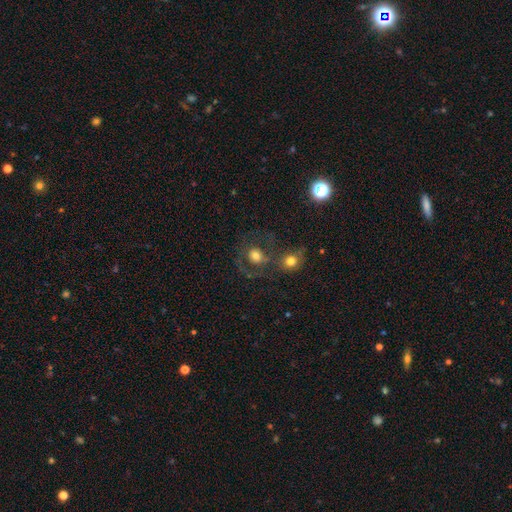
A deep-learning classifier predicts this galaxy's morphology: A smooth galaxy with no disk features (60%) that is round (75%).

Vote fractions:
- Smooth or featured? smooth: 60% / featured or disk: 28% / star or artifact: 12%
- How rounded? round: 75% / in between: 24% / cigar-shaped: 1%
- Merging? none: 41% / merger: 32% / major disturbance: 14% / minor disturbance: 13%